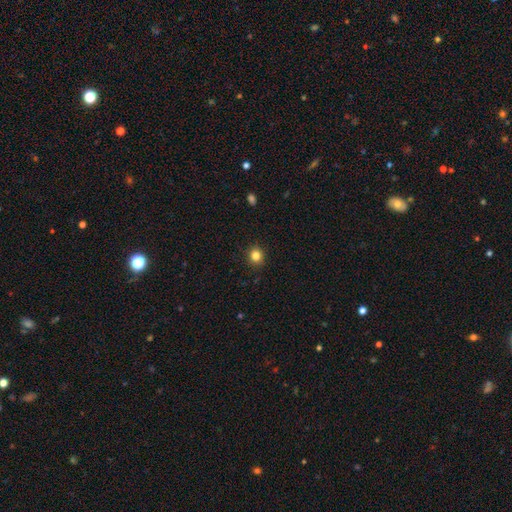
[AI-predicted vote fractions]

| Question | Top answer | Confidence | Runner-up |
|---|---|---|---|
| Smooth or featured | smooth | 83% | star or artifact (12%) |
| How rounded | round | 78% | in between (21%) |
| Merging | none | 90% | minor disturbance (7%) |